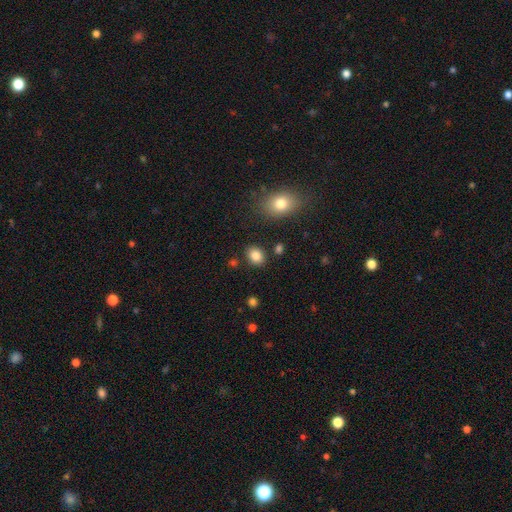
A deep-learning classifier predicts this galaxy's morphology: Q: Smooth or featured?
A: smooth (85%); runner-up: star or artifact (10%)
Q: How rounded?
A: in between (58%); runner-up: round (41%)
Q: Merging?
A: none (85%); runner-up: minor disturbance (9%)